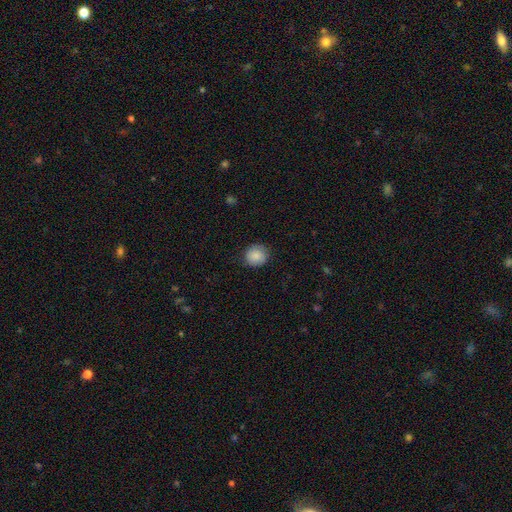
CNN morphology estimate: Smooth or featured? Predicted: smooth (p=0.88). How rounded? Predicted: round (p=0.87). Merging? Predicted: none (p=0.84).